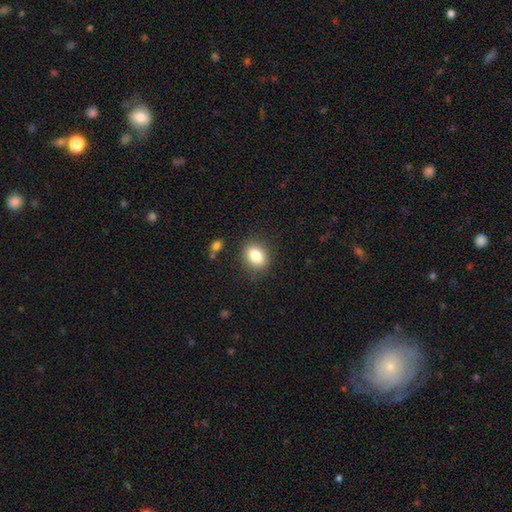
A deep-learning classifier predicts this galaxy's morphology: Smooth or featured? Predicted: smooth (p=0.83). How rounded? Predicted: in between (p=0.58). Merging? Predicted: none (p=0.85).